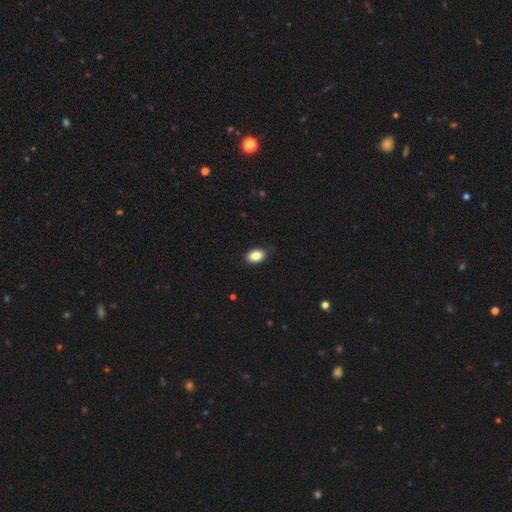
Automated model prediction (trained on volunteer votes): smooth-or-featured: smooth: 86% | star or artifact: 8% | featured or disk: 6%
  how-rounded: in between: 88% | round: 11% | cigar-shaped: 1%
  merging: none: 85% | minor disturbance: 11% | major disturbance: 2% | merger: 1%